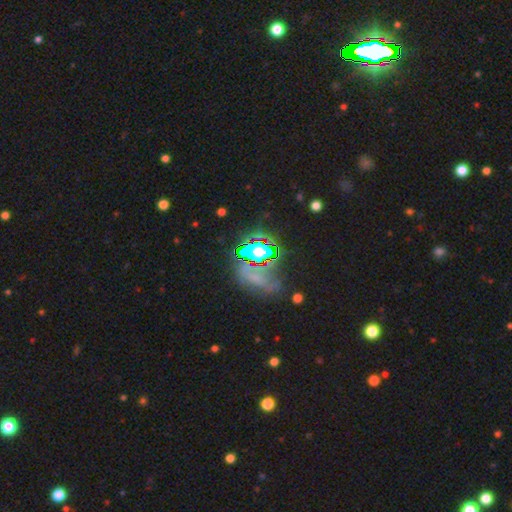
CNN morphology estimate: smooth_or_featured: star or artifact (p=0.80) [alt: smooth p=0.12]